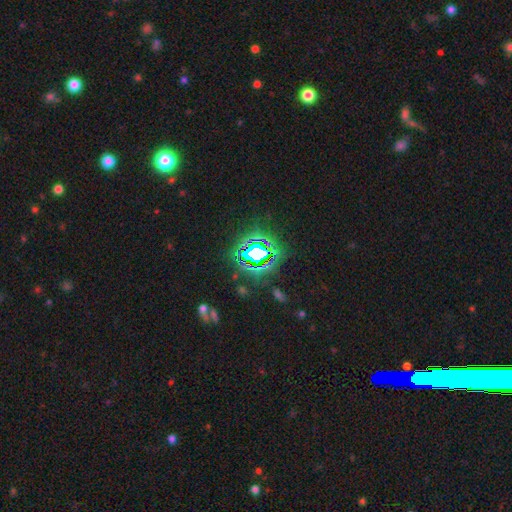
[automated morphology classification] Smooth or featured?
  - star or artifact: 74% *
  - smooth: 14%
  - featured or disk: 12%